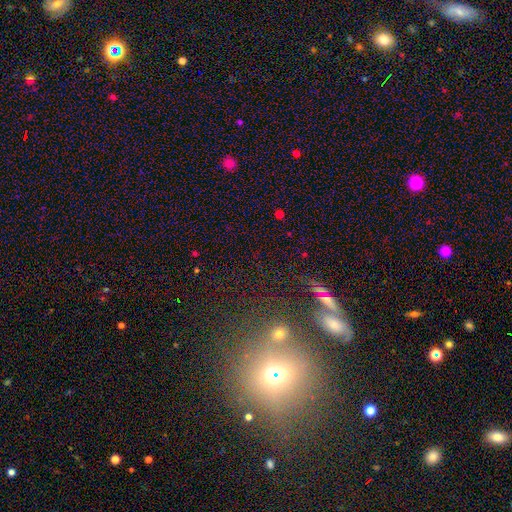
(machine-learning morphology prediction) Smooth or featured: star or artifact — 71% (smooth — 20%)